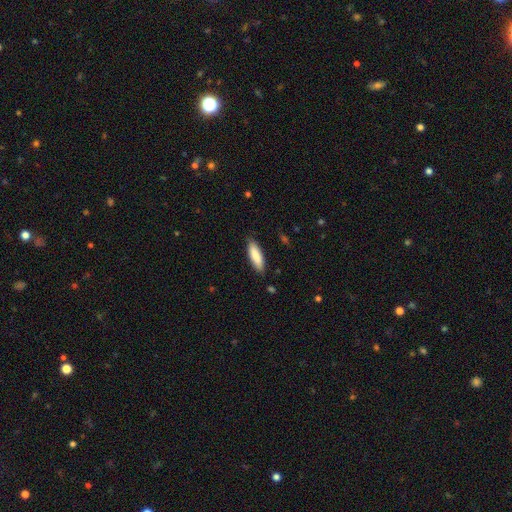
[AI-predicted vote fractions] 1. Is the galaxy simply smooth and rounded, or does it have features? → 86% smooth, 9% featured or disk, 6% star or artifact.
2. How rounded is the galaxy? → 50% in between, 49% cigar-shaped, 1% round.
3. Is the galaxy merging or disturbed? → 85% none, 12% minor disturbance, 2% major disturbance, 1% merger.